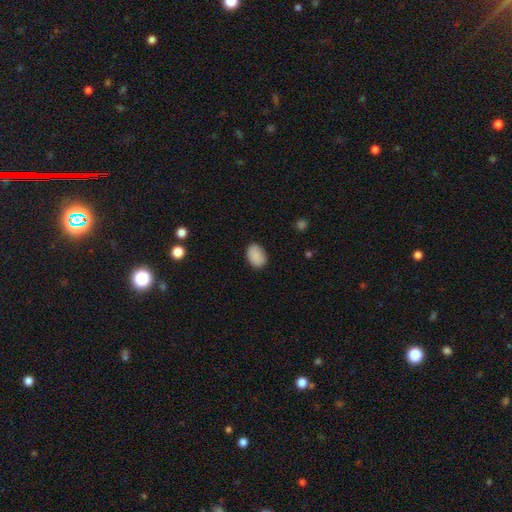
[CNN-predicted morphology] A smooth galaxy with no disk features (89%) that is in between round and cigar-shaped (82%). Merging: none (85%).